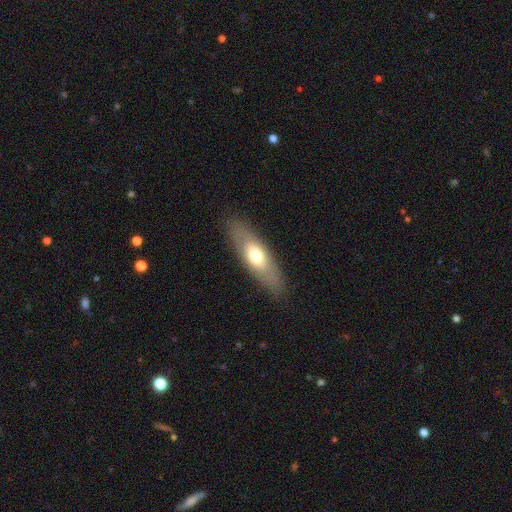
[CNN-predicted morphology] This is possibly a smooth galaxy (59%). How rounded: likely in between (60%). Merging: clearly none (86%).